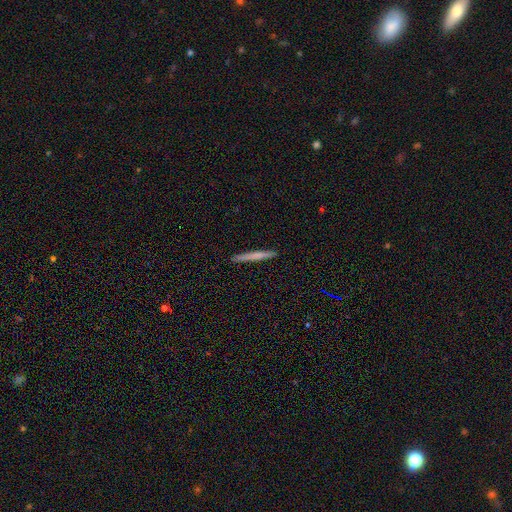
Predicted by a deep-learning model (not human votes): A smooth galaxy with no disk features (66%) that is cigar-shaped (97%). Merging: none (92%).